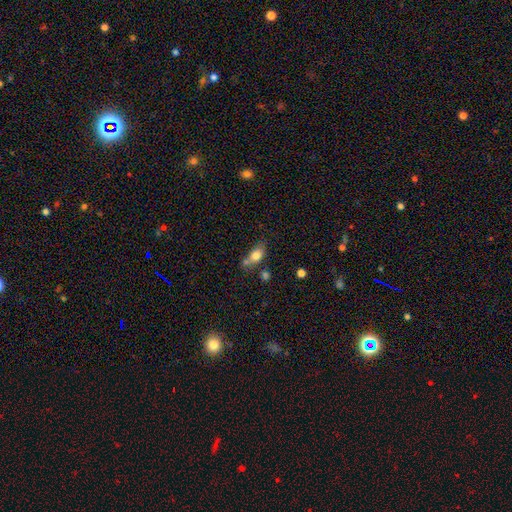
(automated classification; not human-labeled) Smooth or featured? smooth (78%)
How rounded? in between (78%)
Merging? none (45%)